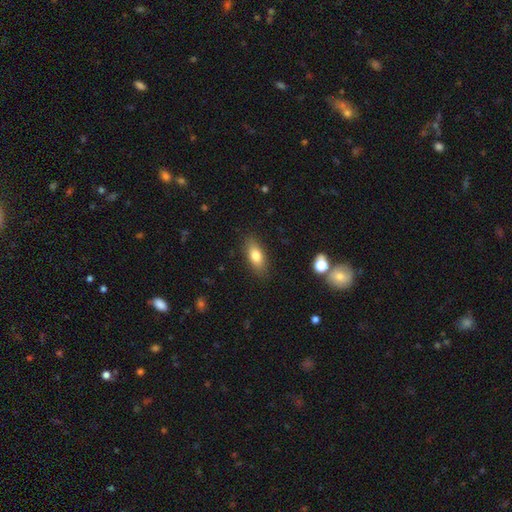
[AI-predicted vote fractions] smooth-or-featured: smooth: 78% | featured or disk: 15% | star or artifact: 8%
  how-rounded: in between: 79% | cigar-shaped: 16% | round: 5%
  merging: none: 86% | minor disturbance: 11% | major disturbance: 3% | merger: 1%